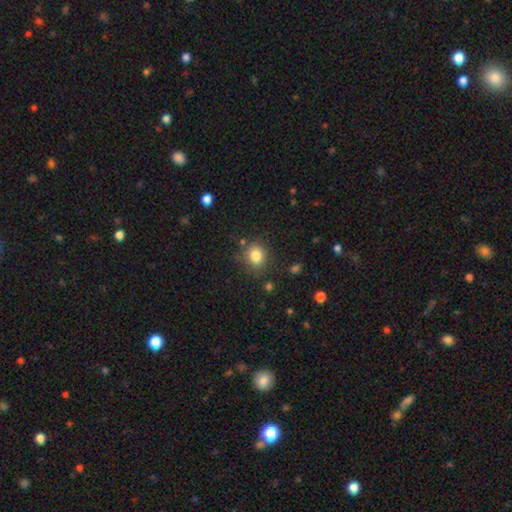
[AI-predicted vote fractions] Smooth or featured? Predicted: smooth (p=0.83). How rounded? Predicted: round (p=0.78). Merging? Predicted: none (p=0.80).